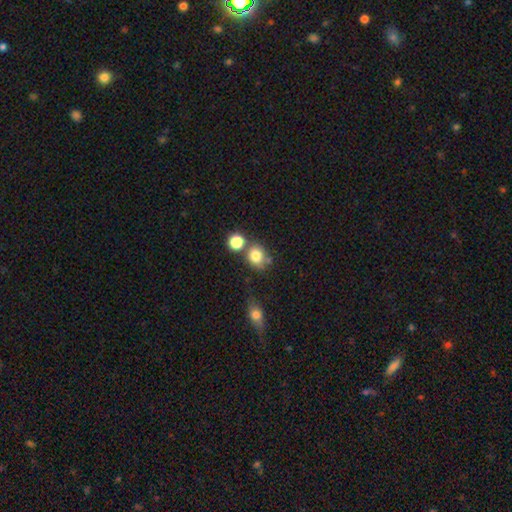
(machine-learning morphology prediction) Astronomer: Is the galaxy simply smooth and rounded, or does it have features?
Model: smooth — 80%.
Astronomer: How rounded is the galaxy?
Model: round — 69%.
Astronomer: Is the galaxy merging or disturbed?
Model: none — 60%.